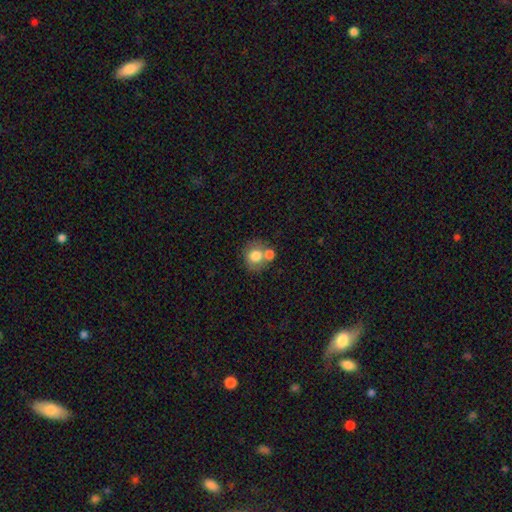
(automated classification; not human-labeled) A smooth galaxy with no disk features (74%) that is round (77%). Merging: none (45%).